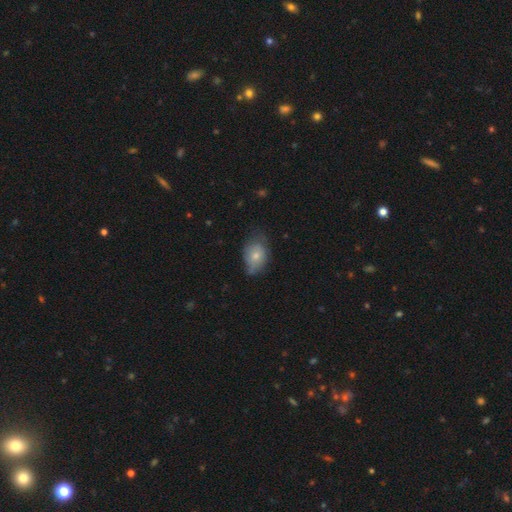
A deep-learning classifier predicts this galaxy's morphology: This appears to be a smooth galaxy with no disk features (71%) that is in between round and cigar-shaped (79%). Merging: none (45%).